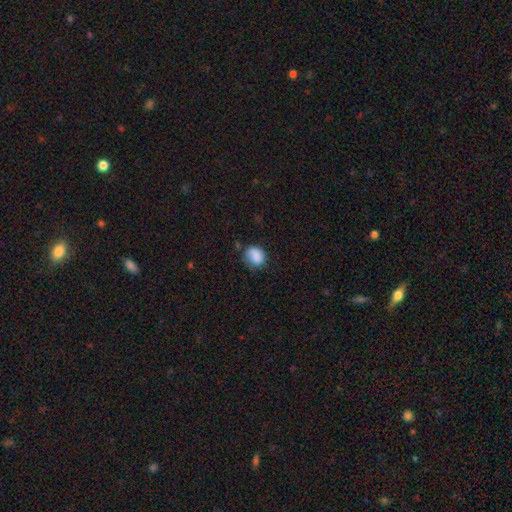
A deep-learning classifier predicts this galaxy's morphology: smooth_or_featured: smooth (p=0.85) [alt: star or artifact p=0.09]
how_rounded: round (p=0.56) [alt: in between p=0.42]
merging: none (p=0.62) [alt: minor disturbance p=0.27]